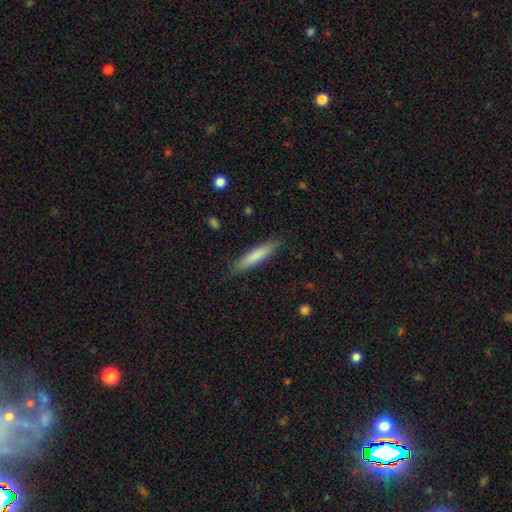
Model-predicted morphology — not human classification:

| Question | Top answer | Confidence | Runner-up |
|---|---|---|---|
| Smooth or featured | smooth | 81% | featured or disk (14%) |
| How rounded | cigar-shaped | 85% | in between (14%) |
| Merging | none | 87% | minor disturbance (10%) |